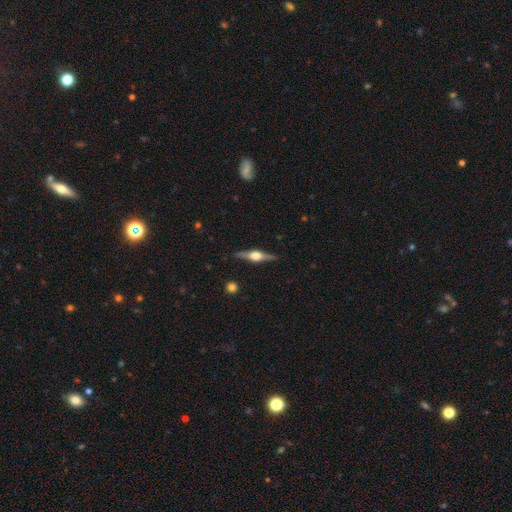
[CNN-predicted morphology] Overall: featured or disk (76%). Edge-on disk: yes (98%). Edge-on bulge: rounded (93%). Merging: none (89%).